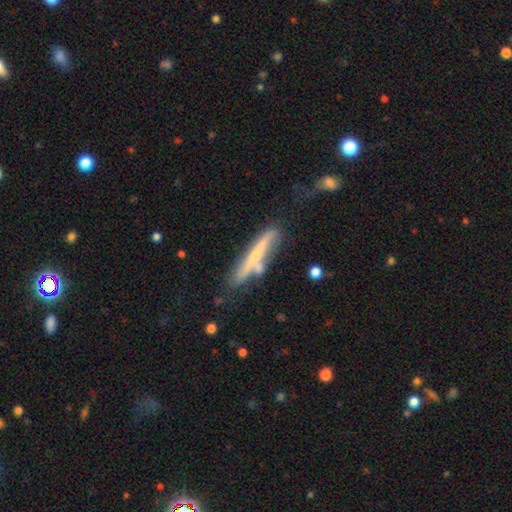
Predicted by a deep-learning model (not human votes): smooth-or-featured: featured or disk: 56% | smooth: 38% | star or artifact: 6%
  disk-edge-on: yes: 83% | no: 17%
  merging: none: 56% | minor disturbance: 23% | merger: 13% | major disturbance: 8%